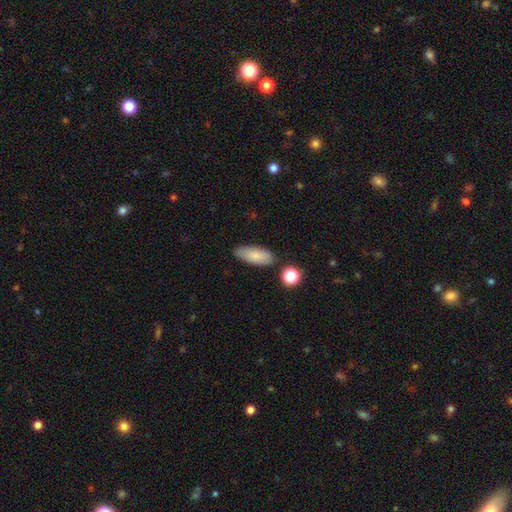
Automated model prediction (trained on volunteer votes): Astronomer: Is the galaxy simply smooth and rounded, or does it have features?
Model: smooth — 82%.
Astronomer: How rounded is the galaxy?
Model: in between — 79%.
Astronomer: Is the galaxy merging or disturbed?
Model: none — 78%.